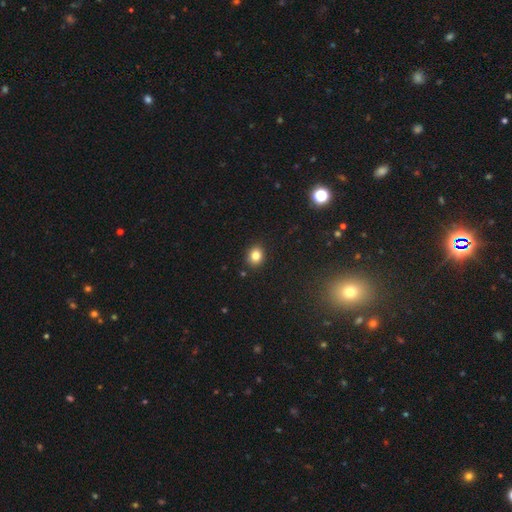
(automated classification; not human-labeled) smooth_or_featured: smooth (p=0.82) [alt: star or artifact p=0.12]
how_rounded: round (p=0.65) [alt: in between p=0.35]
merging: none (p=0.89) [alt: minor disturbance p=0.07]